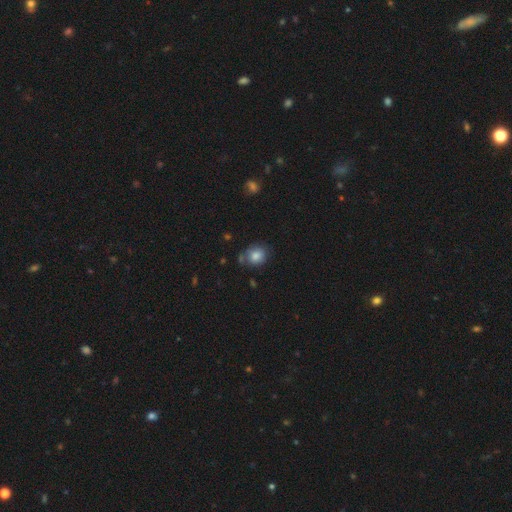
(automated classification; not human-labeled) smooth_or_featured: smooth (p=0.82) [alt: star or artifact p=0.09]
how_rounded: round (p=0.66) [alt: in between p=0.33]
merging: none (p=0.67) [alt: minor disturbance p=0.21]